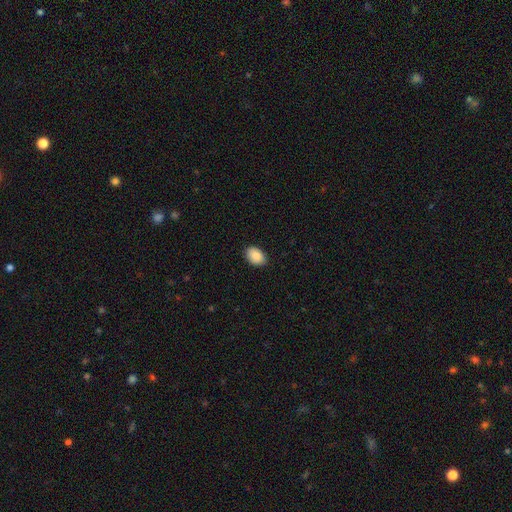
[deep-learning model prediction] Morphology: type=smooth (90%); roundness=in between (84%); merging=none (87%).